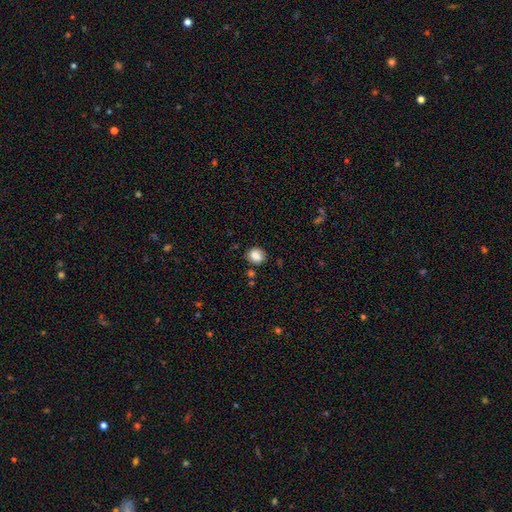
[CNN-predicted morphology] type=smooth (85%); roundness=round (72%); merging=none (81%).